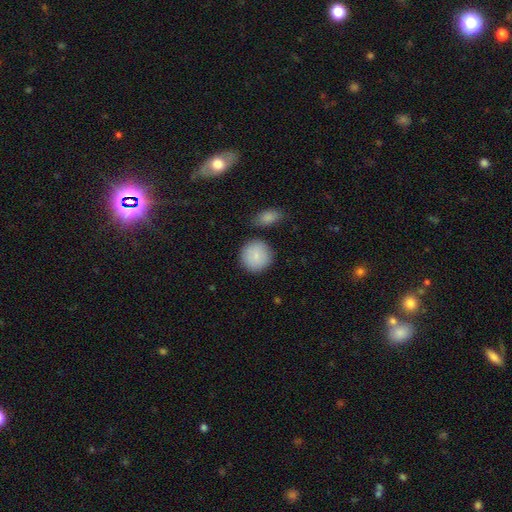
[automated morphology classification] Smooth or featured? smooth (87%)
How rounded? round (92%)
Merging? none (79%)